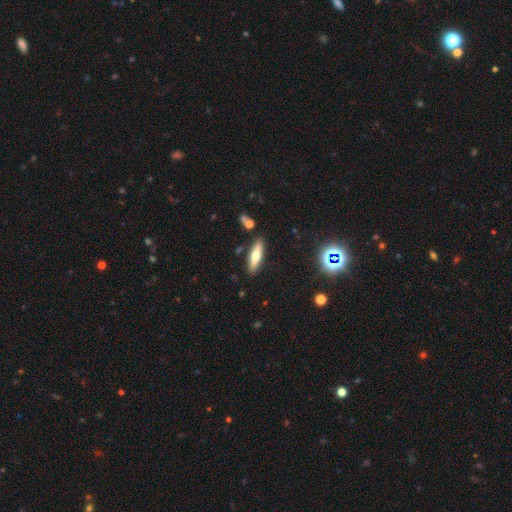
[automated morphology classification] Smooth or featured? Predicted: smooth (p=0.57). How rounded? Predicted: cigar-shaped (p=0.61). Merging? Predicted: none (p=0.86).